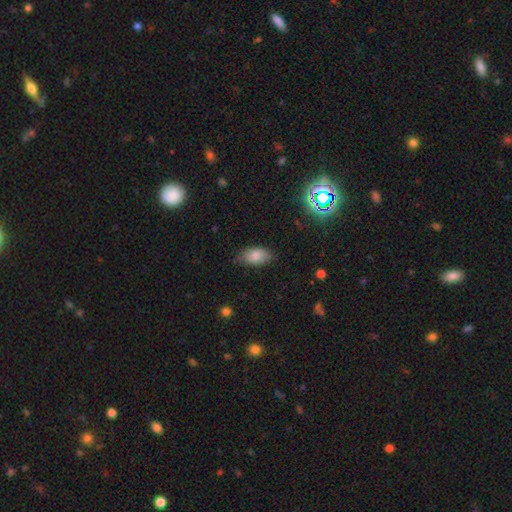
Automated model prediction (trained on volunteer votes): smooth_or_featured: smooth (p=0.84) [alt: star or artifact p=0.08]
how_rounded: in between (p=0.92) [alt: round p=0.04]
merging: none (p=0.73) [alt: minor disturbance p=0.22]